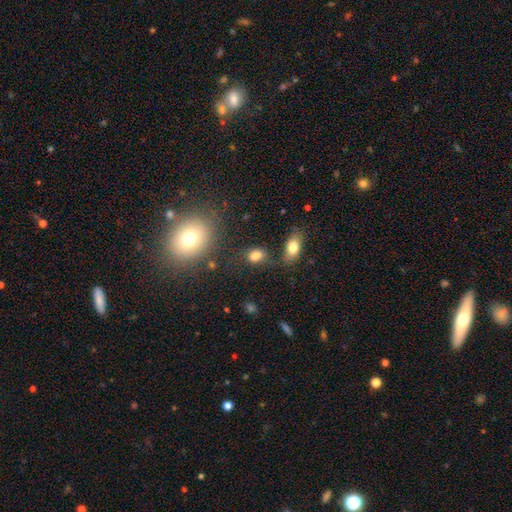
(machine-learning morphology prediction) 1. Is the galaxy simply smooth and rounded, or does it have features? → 81% smooth, 12% star or artifact, 7% featured or disk.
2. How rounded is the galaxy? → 70% in between, 28% round, 2% cigar-shaped.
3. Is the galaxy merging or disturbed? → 67% none, 17% minor disturbance, 10% merger, 6% major disturbance.